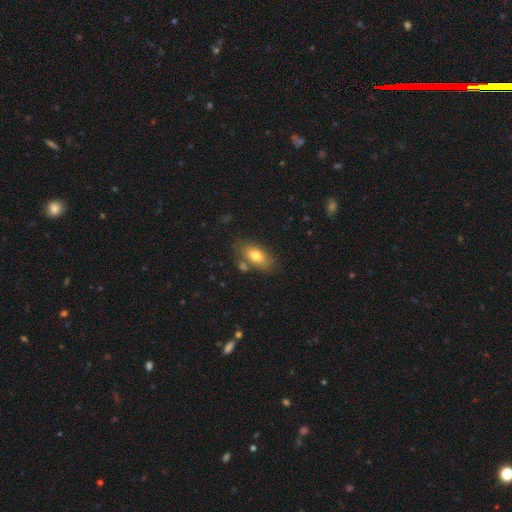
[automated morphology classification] Smooth or featured? smooth (77%)
How rounded? in between (89%)
Merging? none (71%)